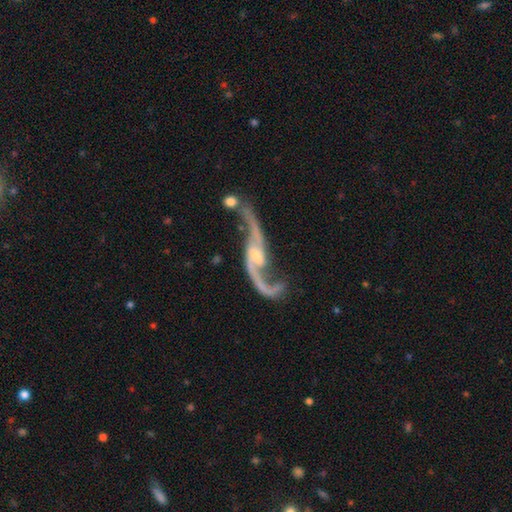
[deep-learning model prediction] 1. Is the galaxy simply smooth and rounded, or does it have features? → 91% featured or disk, 5% star or artifact, 4% smooth.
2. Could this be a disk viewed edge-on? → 90% no, 10% yes.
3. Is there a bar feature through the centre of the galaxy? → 47% no, 37% weak, 16% strong.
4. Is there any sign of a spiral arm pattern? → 96% yes, 4% no.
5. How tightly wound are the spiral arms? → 87% loose, 10% medium, 3% tight.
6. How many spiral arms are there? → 93% 2, 3% 1, 2% can't tell, 1% 3, 1% 4, 1% more than 4.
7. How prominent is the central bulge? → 52% small, 35% moderate, 8% none, 4% large, 2% dominant.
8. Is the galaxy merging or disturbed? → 51% none, 17% merger, 17% minor disturbance, 15% major disturbance.